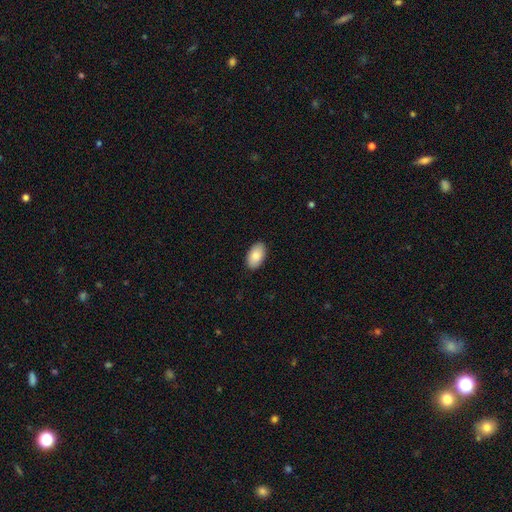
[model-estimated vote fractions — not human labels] Smooth or featured? Predicted: smooth (p=0.87). How rounded? Predicted: in between (p=0.95). Merging? Predicted: none (p=0.89).